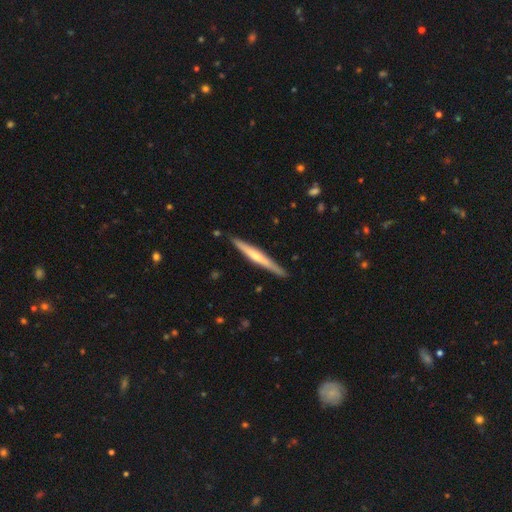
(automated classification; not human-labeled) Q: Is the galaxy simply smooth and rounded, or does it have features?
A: featured or disk — 59%.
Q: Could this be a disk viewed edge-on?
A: yes — 97%.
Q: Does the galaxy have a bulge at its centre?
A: rounded — 61%.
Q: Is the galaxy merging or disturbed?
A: none — 89%.